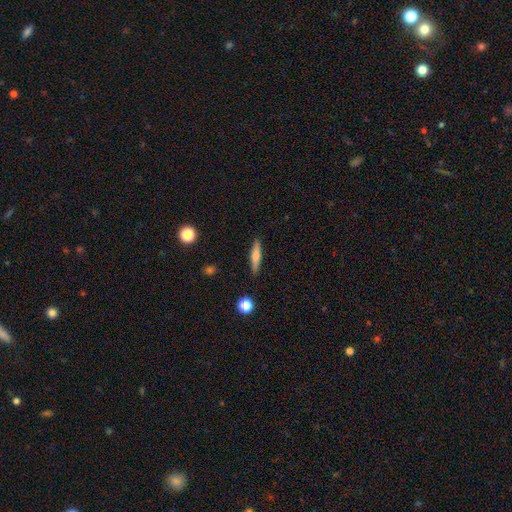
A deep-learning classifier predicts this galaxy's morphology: This appears to be a smooth galaxy with no disk features (57%) that is cigar-shaped (82%). Merging: none (89%).